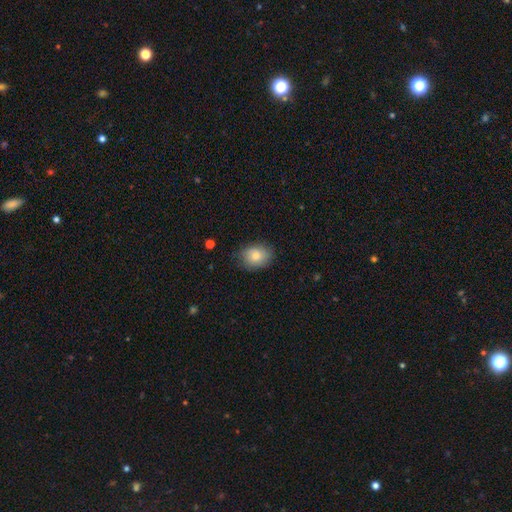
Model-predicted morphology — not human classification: A smooth galaxy with no disk features (79%) that is in between round and cigar-shaped (61%). Merging: none (78%).